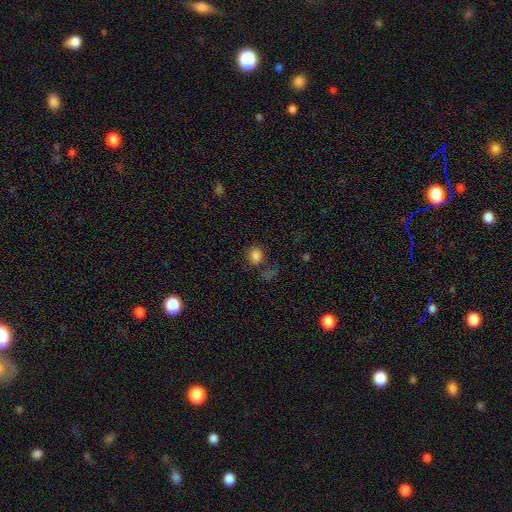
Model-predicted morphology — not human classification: This appears to be a smooth galaxy with no disk features (80%) that is round (62%). Merging: none (64%).